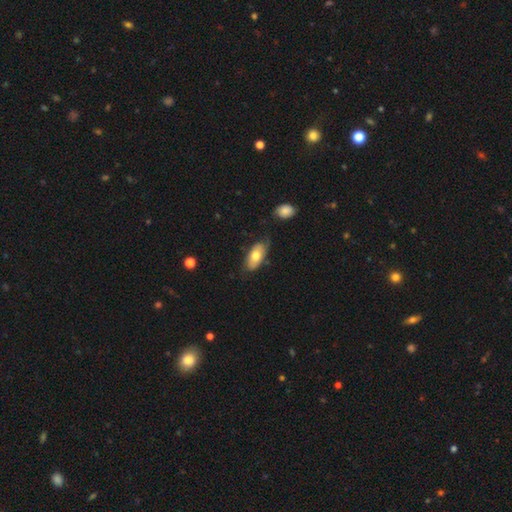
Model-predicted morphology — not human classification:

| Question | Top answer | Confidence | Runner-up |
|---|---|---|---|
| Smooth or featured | smooth | 66% | featured or disk (28%) |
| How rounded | in between | 90% | cigar-shaped (7%) |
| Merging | none | 67% | minor disturbance (25%) |